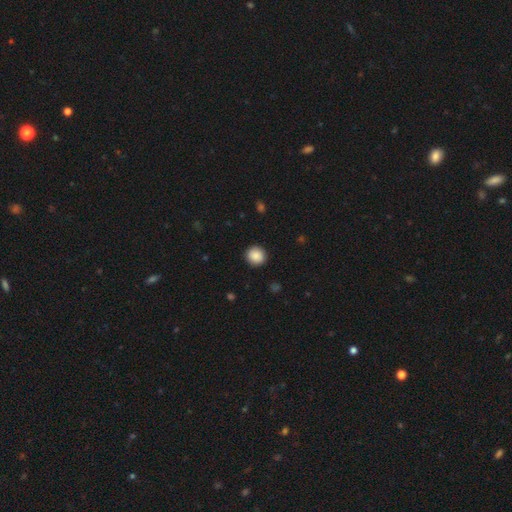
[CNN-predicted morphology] smooth-or-featured: smooth: 89% | star or artifact: 8% | featured or disk: 3%
  how-rounded: round: 91% | in between: 8% | cigar-shaped: 1%
  merging: none: 91% | minor disturbance: 6% | major disturbance: 2% | merger: 1%